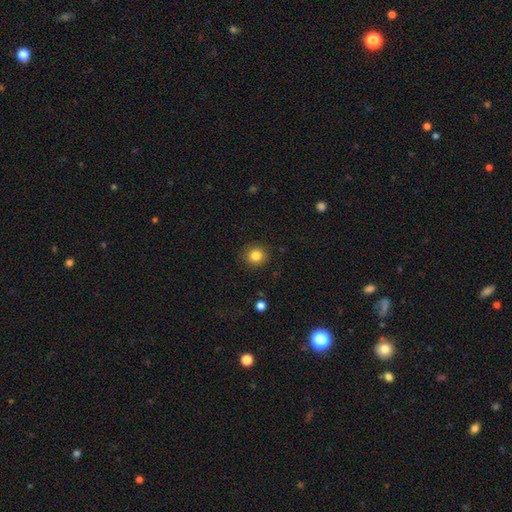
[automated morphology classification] Smooth or featured?
  - smooth: 84% *
  - star or artifact: 11%
  - featured or disk: 5%
How rounded?
  - round: 89% *
  - in between: 10%
  - cigar-shaped: 1%
Merging?
  - none: 90% *
  - minor disturbance: 7%
  - major disturbance: 2%
  - merger: 1%